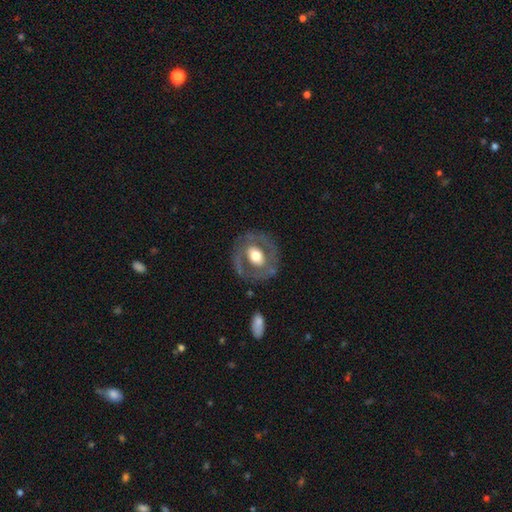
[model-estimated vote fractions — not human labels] Smooth or featured: featured or disk — 59% (smooth — 35%)
Edge-on disk: no — 94% (yes — 6%)
Bar: no — 60% (weak — 25%)
Spiral arms: no — 76% (yes — 24%)
Bulge size: moderate — 55% (large — 36%)
Merging: none — 75% (minor disturbance — 14%)